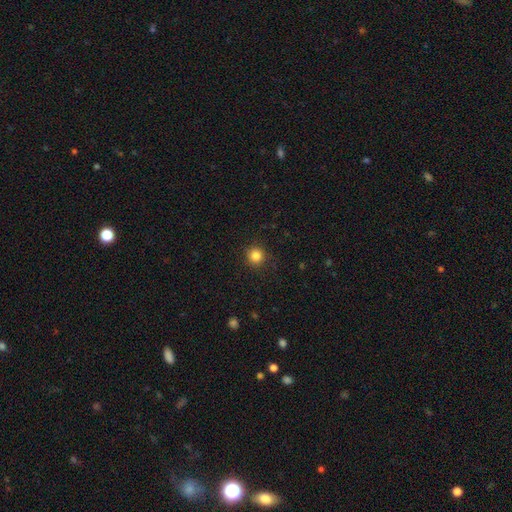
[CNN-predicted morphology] A smooth galaxy with no disk features (85%) that is round (94%).

Vote fractions:
- Smooth or featured? smooth: 85% / star or artifact: 11% / featured or disk: 4%
- How rounded? round: 94% / in between: 5% / cigar-shaped: 1%
- Merging? none: 91% / minor disturbance: 6% / major disturbance: 2% / merger: 1%